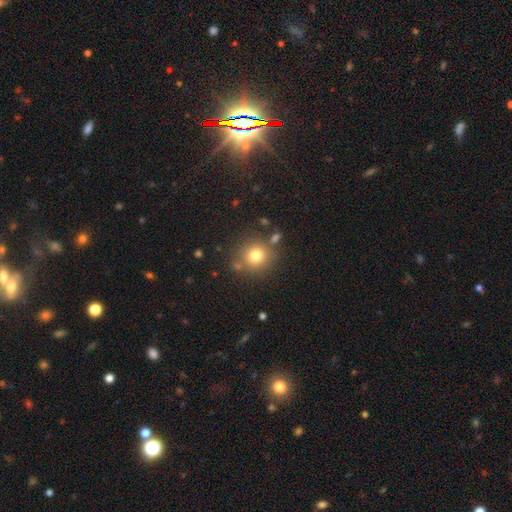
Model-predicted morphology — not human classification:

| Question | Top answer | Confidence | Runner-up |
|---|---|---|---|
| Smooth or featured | smooth | 77% | star or artifact (14%) |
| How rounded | round | 90% | in between (9%) |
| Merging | none | 79% | minor disturbance (10%) |